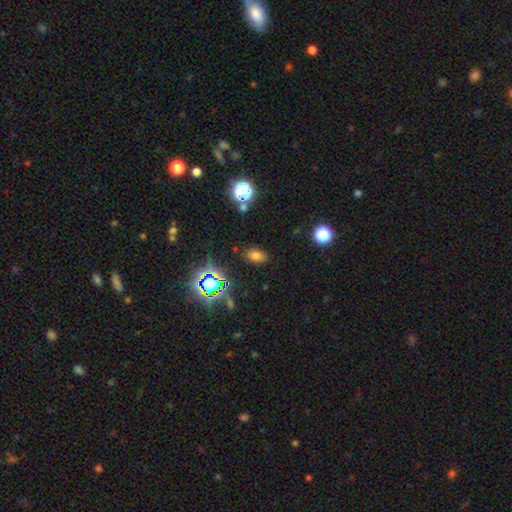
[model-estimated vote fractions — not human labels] Morphology: type=smooth (69%); roundness=in between (87%); merging=none (85%).